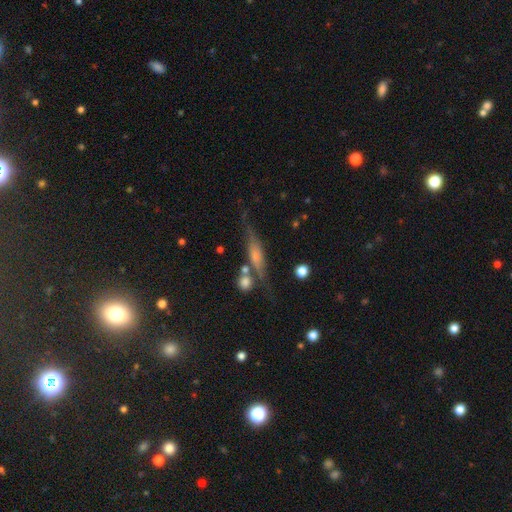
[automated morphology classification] Smooth or featured? featured or disk (51%)
Edge-on disk? yes (82%)
Merging? none (59%)